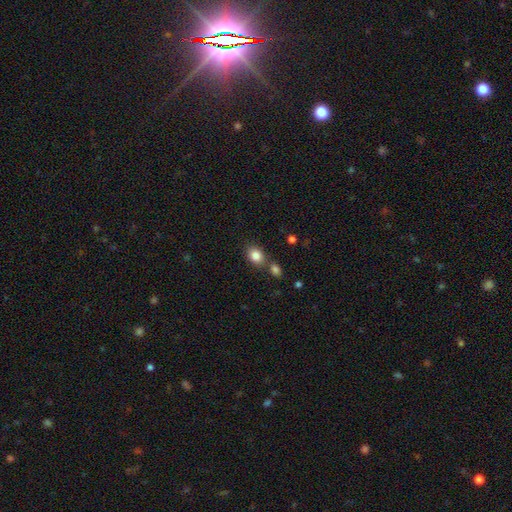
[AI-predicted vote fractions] Overall: smooth (84%). How rounded: in between (57%; round 41%). Merging: none (65%).